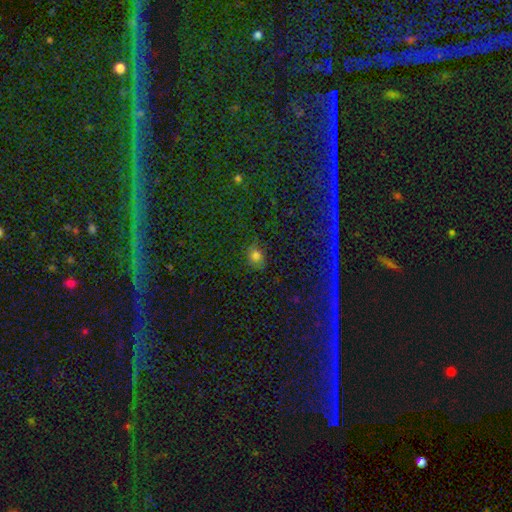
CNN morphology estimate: Smooth or featured? smooth (74%)
How rounded? round (57%)
Merging? none (74%)